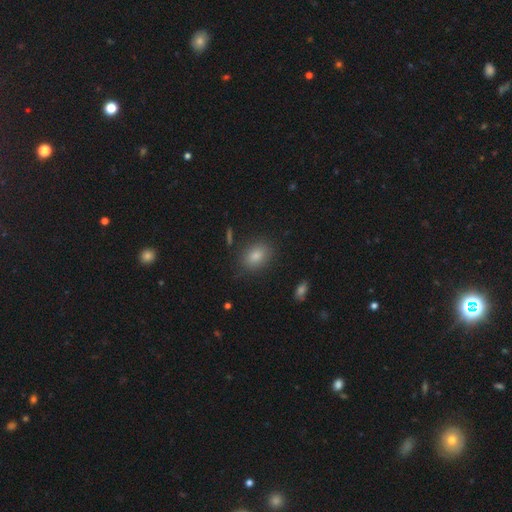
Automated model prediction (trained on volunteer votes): A smooth galaxy with no disk features (80%) that is in between round and cigar-shaped (67%).

Vote fractions:
- Smooth or featured? smooth: 80% / star or artifact: 13% / featured or disk: 7%
- How rounded? in between: 67% / round: 32% / cigar-shaped: 2%
- Merging? none: 86% / minor disturbance: 9% / major disturbance: 3% / merger: 2%